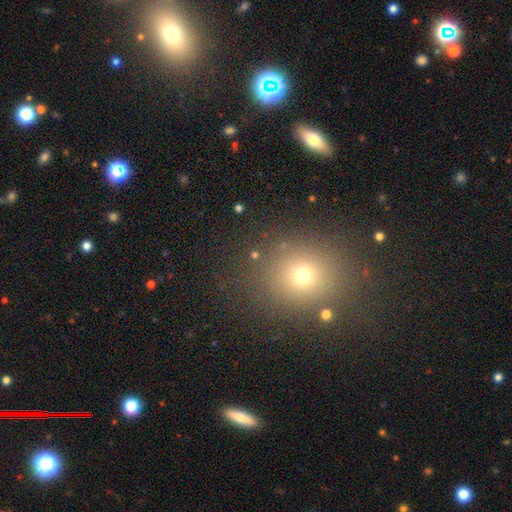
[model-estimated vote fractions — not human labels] Smooth or featured? Predicted: smooth (p=0.62). How rounded? Predicted: round (p=0.74). Merging? Predicted: none (p=0.82).